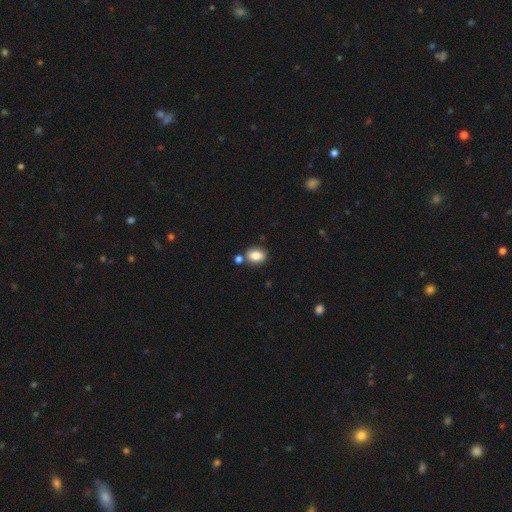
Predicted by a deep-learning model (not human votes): This appears to be a smooth galaxy with no disk features (83%) that is in between round and cigar-shaped (72%). Merging: none (73%).